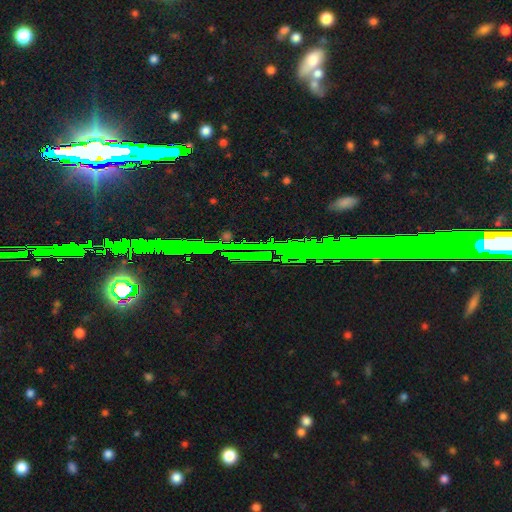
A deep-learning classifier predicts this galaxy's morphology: Smooth or featured?
  - star or artifact: 77% *
  - featured or disk: 14%
  - smooth: 9%